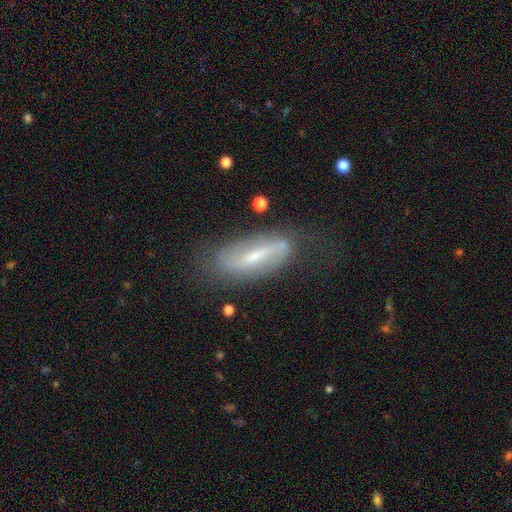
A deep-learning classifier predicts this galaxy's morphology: Smooth or featured? Predicted: featured or disk (p=0.65). Edge-on disk? Predicted: no (p=0.78). Bar? Predicted: strong (p=0.48). Spiral arms? Predicted: yes (p=0.73). Bulge size? Predicted: small (p=0.49). Merging? Predicted: none (p=0.62).